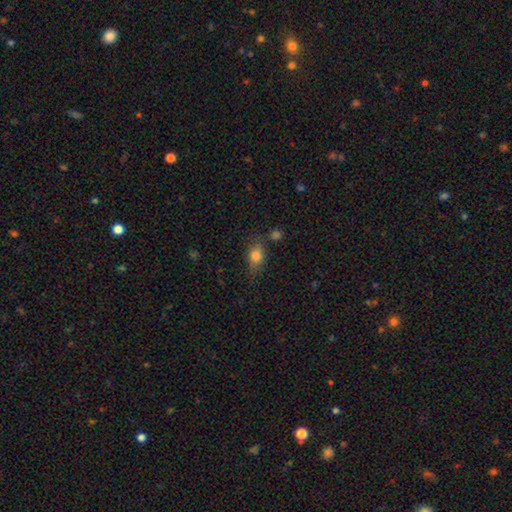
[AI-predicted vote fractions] This is likely a smooth galaxy (78%). How rounded: likely in between (72%). Merging: likely none (67%).